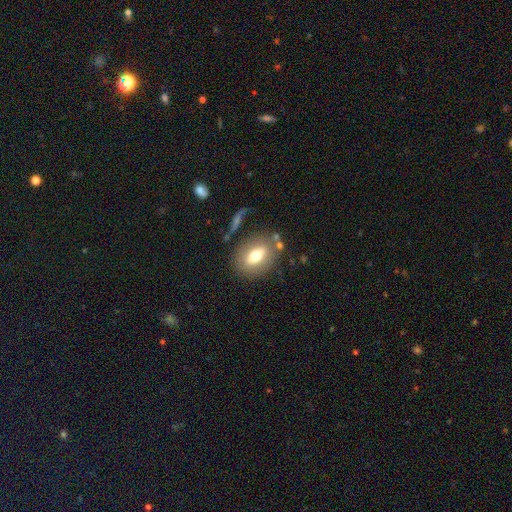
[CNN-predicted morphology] Smooth or featured?
  - smooth: 64% *
  - featured or disk: 27%
  - star or artifact: 9%
How rounded?
  - in between: 76% *
  - round: 20%
  - cigar-shaped: 4%
Merging?
  - none: 75% *
  - minor disturbance: 13%
  - merger: 6%
  - major disturbance: 6%